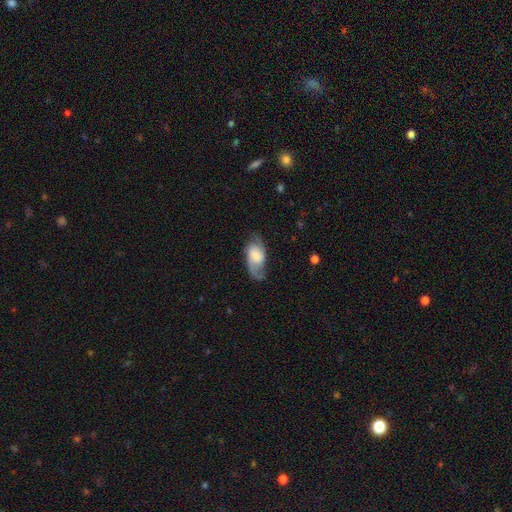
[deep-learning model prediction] smooth_or_featured: featured or disk (p=0.61) [alt: smooth p=0.32]
disk_edge_on: no (p=0.94) [alt: yes p=0.06]
bar: no (p=0.51) [alt: weak p=0.39]
has_spiral_arms: yes (p=0.89) [alt: no p=0.11]
spiral_winding: medium (p=0.45) [alt: loose p=0.33]
spiral_arm_count: 2 (p=0.78) [alt: 1 p=0.11]
bulge_size: large (p=0.31) [alt: moderate p=0.24]
merging: none (p=0.65) [alt: minor disturbance p=0.22]